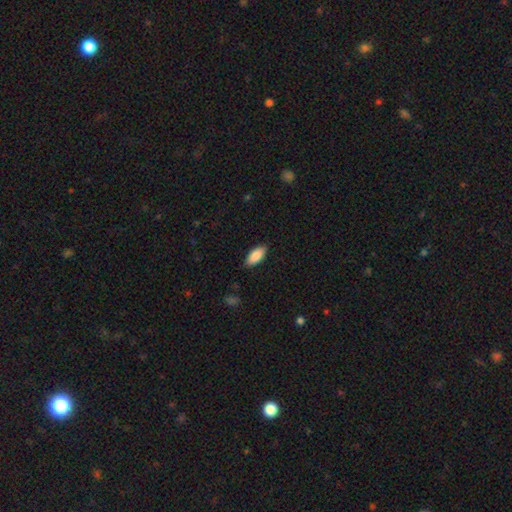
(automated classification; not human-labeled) A smooth galaxy with no disk features (88%) that is in between round and cigar-shaped (87%). Merging: none (87%).